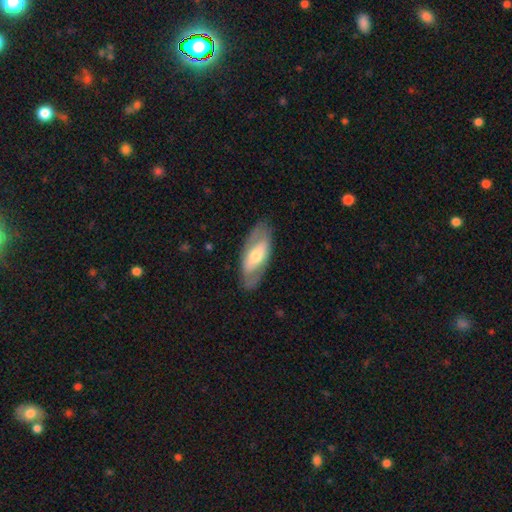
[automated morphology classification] Smooth or featured?
  - featured or disk: 54% *
  - smooth: 41%
  - star or artifact: 5%
Edge-on disk?
  - no: 81% *
  - yes: 19%
Merging?
  - none: 80% *
  - minor disturbance: 14%
  - major disturbance: 5%
  - merger: 1%